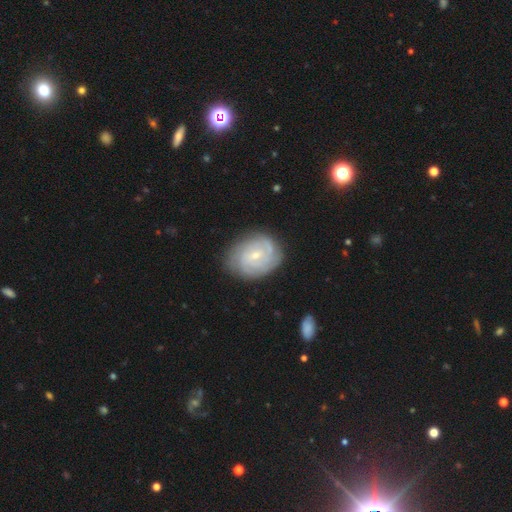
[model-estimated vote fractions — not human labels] smooth-or-featured: featured or disk: 79% | smooth: 15% | star or artifact: 6%
  disk-edge-on: no: 98% | yes: 2%
    bar: no: 57% | weak: 37% | strong: 6%
    has-spiral-arms: yes: 94% | no: 6%
      spiral-winding: tight: 71% | medium: 23% | loose: 6%
      spiral-arm-count: can't tell: 36% | 2: 20% | 3: 19% | 4: 12% | more than 4: 6% | 1: 6%
    bulge-size: small: 76% | moderate: 20% | none: 2% | large: 1% | dominant: 1%
  merging: none: 78% | minor disturbance: 16% | major disturbance: 4% | merger: 1%